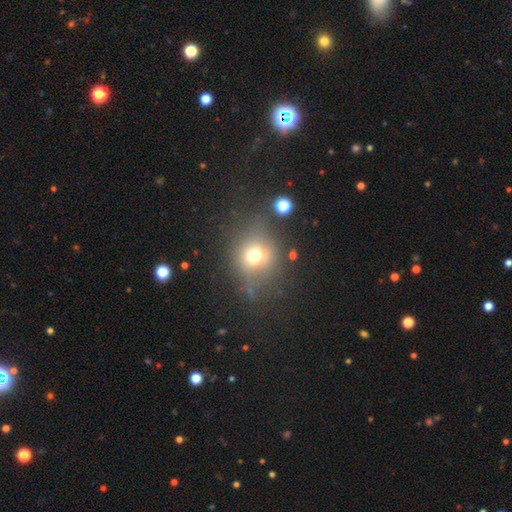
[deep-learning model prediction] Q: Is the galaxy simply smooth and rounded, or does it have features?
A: smooth — 61%.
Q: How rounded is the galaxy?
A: round — 71%.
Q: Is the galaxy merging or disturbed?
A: none — 65%.